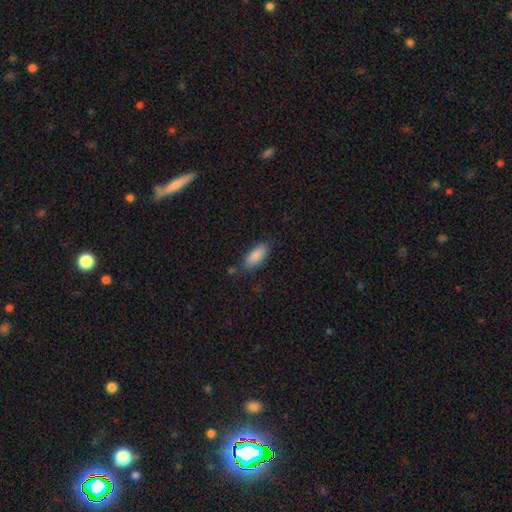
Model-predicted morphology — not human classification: Smooth or featured? Predicted: smooth (p=0.88). How rounded? Predicted: in between (p=0.83). Merging? Predicted: none (p=0.75).